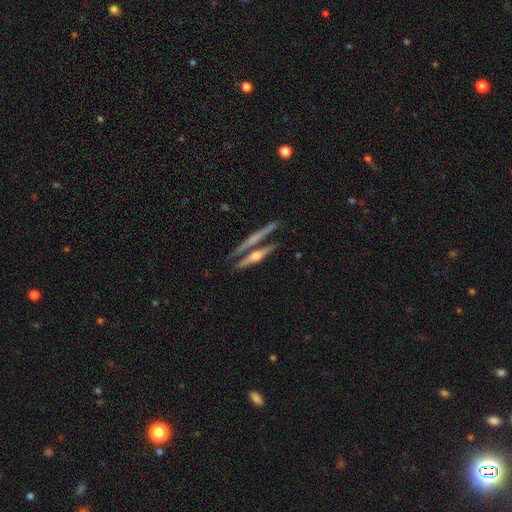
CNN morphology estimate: featured or disk 66%, smooth 27%, star or artifact 7%. Down the decision tree: edge-on disk — yes (94%); edge-on bulge — rounded (73%); merging — none (67%).